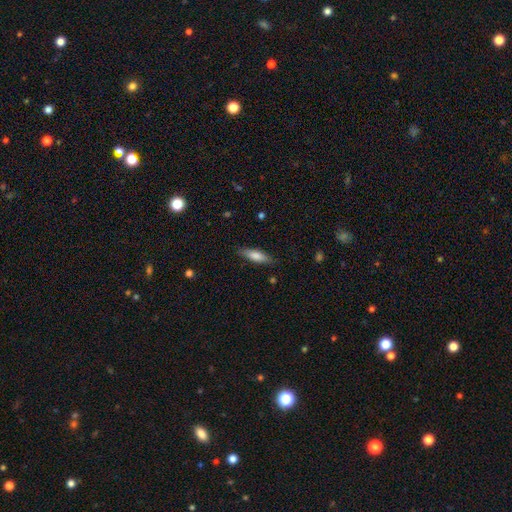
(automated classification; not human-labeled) Smooth or featured?
  - smooth: 73% *
  - featured or disk: 21%
  - star or artifact: 6%
How rounded?
  - cigar-shaped: 60% *
  - in between: 39%
  - round: 2%
Merging?
  - none: 85% *
  - minor disturbance: 12%
  - major disturbance: 2%
  - merger: 1%